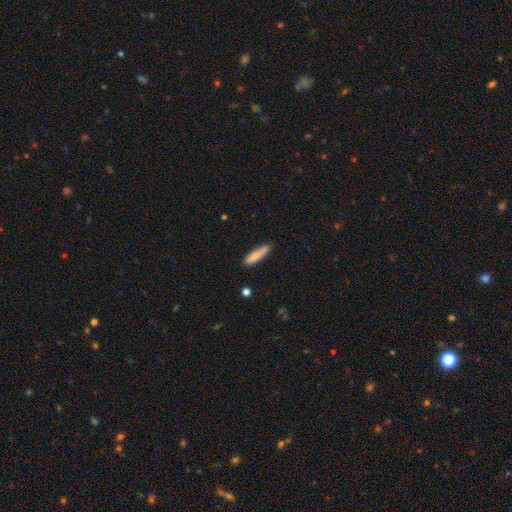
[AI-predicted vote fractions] smooth 81%, featured or disk 13%, star or artifact 6%. Down the decision tree: how rounded — cigar-shaped (83%); merging — none (79%).